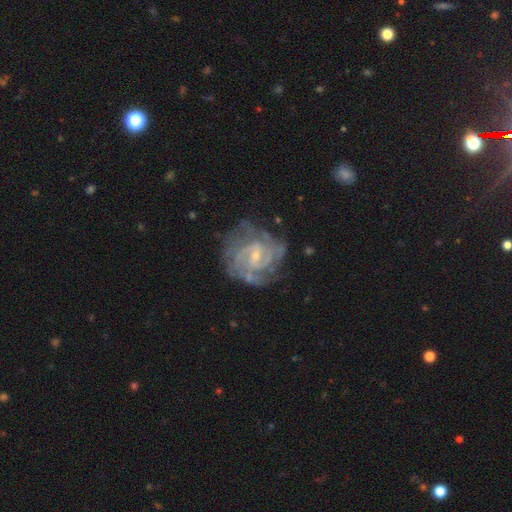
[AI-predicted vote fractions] A featured or disk galaxy (89%) with a weak bar (52%), 2 (36%) tight (58%) spiral arms (96%) and a small central bulge (69%). Merging: none (63%).